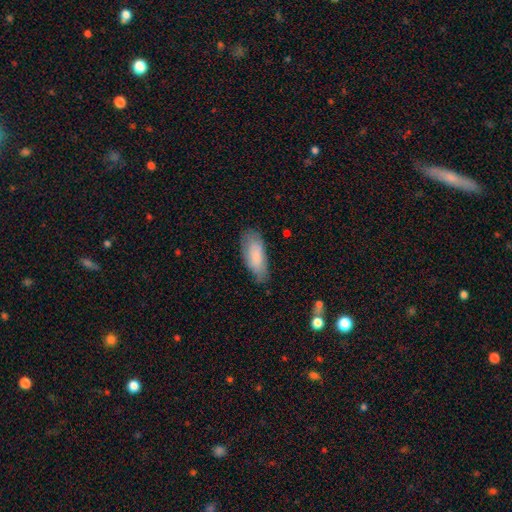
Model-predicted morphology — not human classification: Overall: smooth (83%). How rounded: in between (80%). Merging: none (71%).